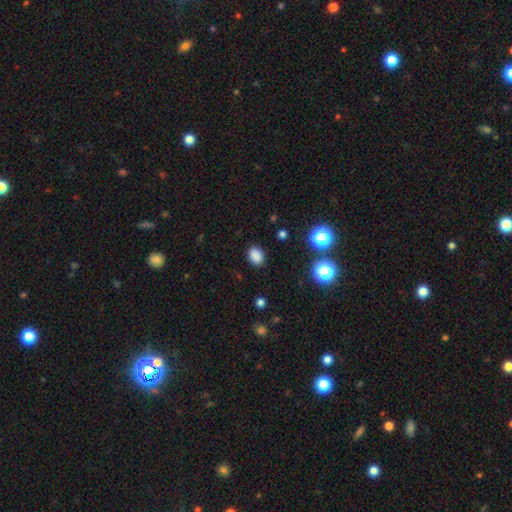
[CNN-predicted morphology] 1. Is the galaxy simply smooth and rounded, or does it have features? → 83% smooth, 13% star or artifact, 3% featured or disk.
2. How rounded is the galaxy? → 66% in between, 33% round, 1% cigar-shaped.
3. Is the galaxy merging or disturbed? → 87% none, 9% minor disturbance, 3% major disturbance, 1% merger.